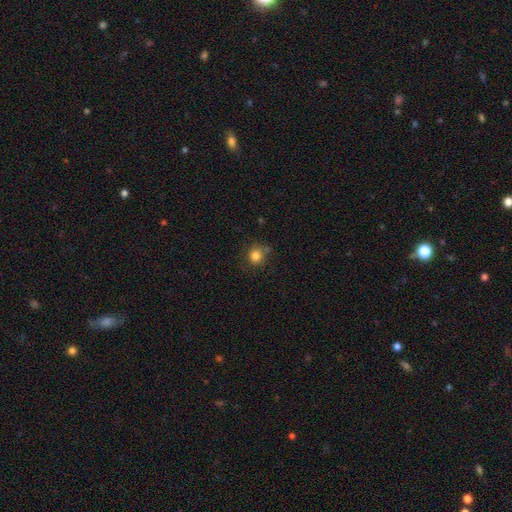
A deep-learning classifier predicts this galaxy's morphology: smooth-or-featured: smooth: 82% | star or artifact: 12% | featured or disk: 7%
  how-rounded: round: 83% | in between: 16% | cigar-shaped: 1%
  merging: none: 70% | minor disturbance: 18% | merger: 6% | major disturbance: 5%